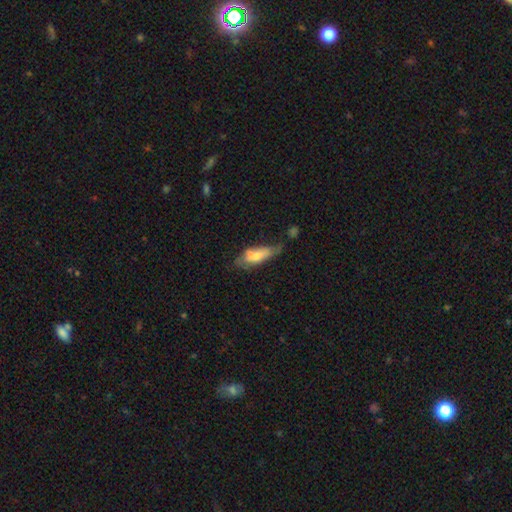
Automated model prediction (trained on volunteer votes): This appears to be a smooth galaxy with no disk features (65%) that is in between round and cigar-shaped (66%). Merging: minor disturbance (36%, tied with none).